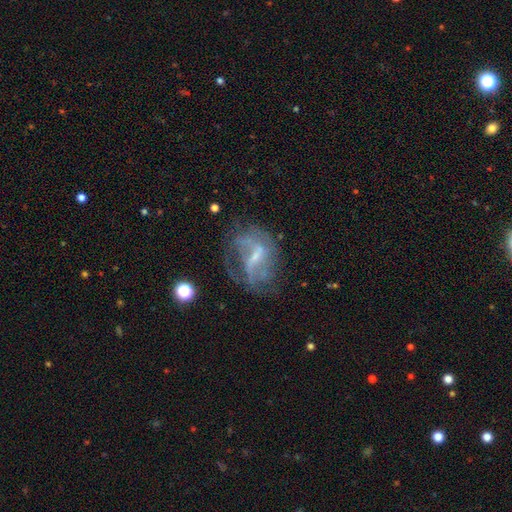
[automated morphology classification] Smooth or featured: featured or disk — 73% (smooth — 16%)
Edge-on disk: no — 95% (yes — 5%)
Bar: weak — 48% (strong — 30%)
Spiral arms: yes — 71% (no — 29%)
Bulge size: small — 55% (moderate — 23%)
Merging: none — 48% (major disturbance — 26%)